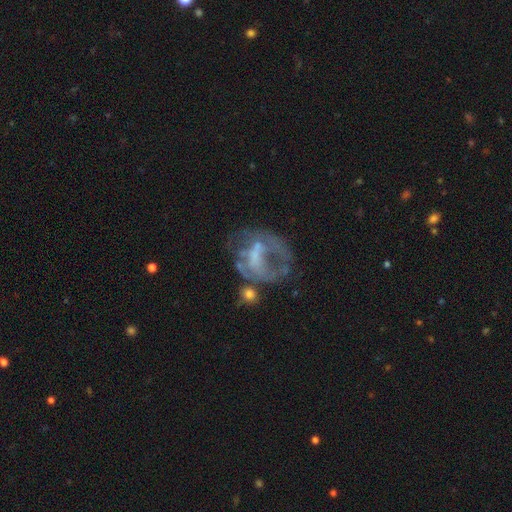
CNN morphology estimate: smooth-or-featured: featured or disk: 64% | smooth: 22% | star or artifact: 14%
  disk-edge-on: no: 97% | yes: 3%
    bar: no: 68% | weak: 23% | strong: 9%
    has-spiral-arms: no: 75% | yes: 25%
    bulge-size: none: 60% | small: 20% | moderate: 15% | large: 4% | dominant: 1%
  merging: major disturbance: 40% | none: 33% | minor disturbance: 17% | merger: 10%